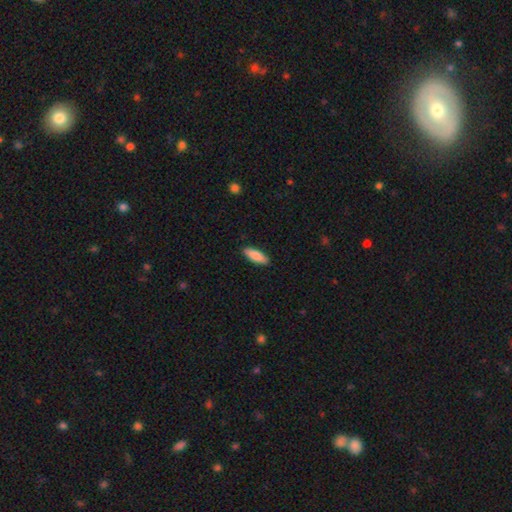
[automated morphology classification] smooth 84%, featured or disk 11%, star or artifact 6%. Down the decision tree: how rounded — in between (62%); merging — none (90%).